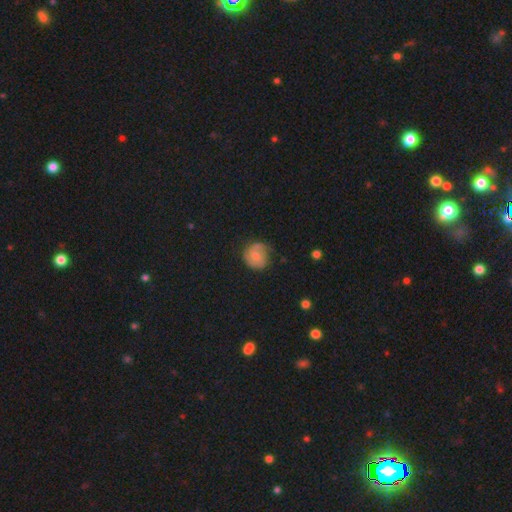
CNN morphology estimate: smooth-or-featured: featured or disk: 54% | smooth: 38% | star or artifact: 8%
  disk-edge-on: no: 98% | yes: 2%
    bar: no: 65% | weak: 31% | strong: 4%
    has-spiral-arms: yes: 89% | no: 11%
    bulge-size: small: 47% | moderate: 30% | none: 18% | large: 4% | dominant: 1%
  merging: none: 67% | minor disturbance: 23% | major disturbance: 9% | merger: 2%